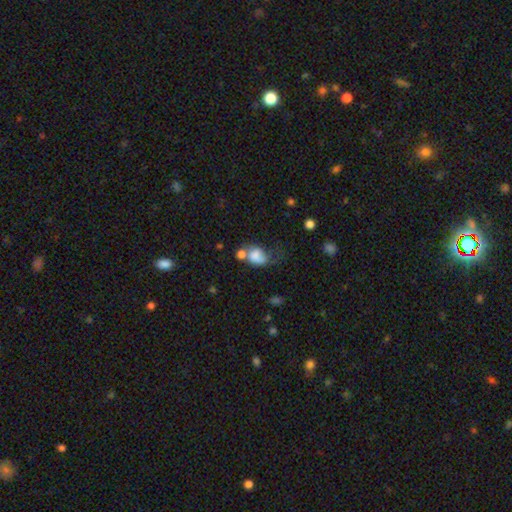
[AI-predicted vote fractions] smooth_or_featured: smooth (p=0.69) [alt: featured or disk p=0.21]
how_rounded: in between (p=0.59) [alt: round p=0.40]
merging: merger (p=0.33) [alt: major disturbance p=0.24]